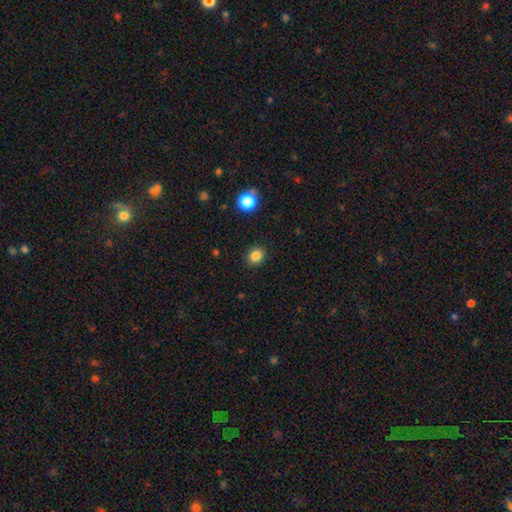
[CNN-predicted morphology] smooth-or-featured: smooth: 83% | star or artifact: 12% | featured or disk: 5%
  how-rounded: round: 77% | in between: 22% | cigar-shaped: 1%
  merging: none: 90% | minor disturbance: 7% | major disturbance: 2% | merger: 1%